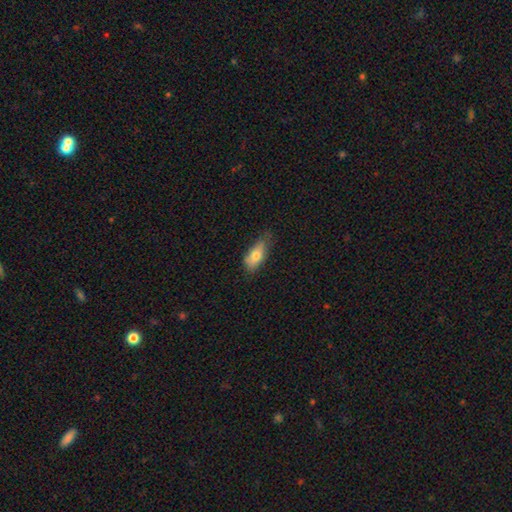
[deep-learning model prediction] smooth 74%, featured or disk 19%, star or artifact 7%. Down the decision tree: how rounded — in between (82%); merging — none (55%).